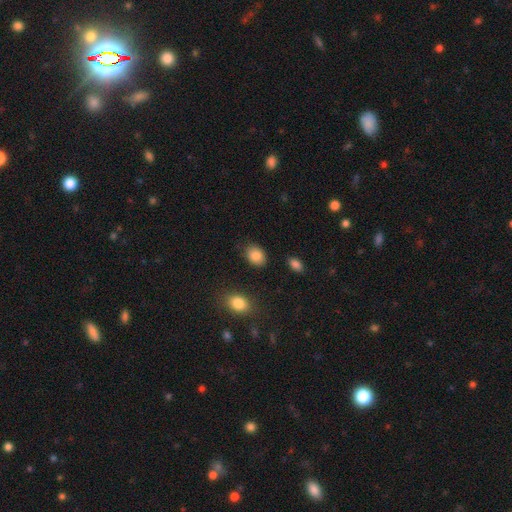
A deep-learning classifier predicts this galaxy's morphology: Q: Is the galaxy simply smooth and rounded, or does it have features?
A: smooth — 86%.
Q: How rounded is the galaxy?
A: in between — 72%.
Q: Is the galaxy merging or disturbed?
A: none — 85%.